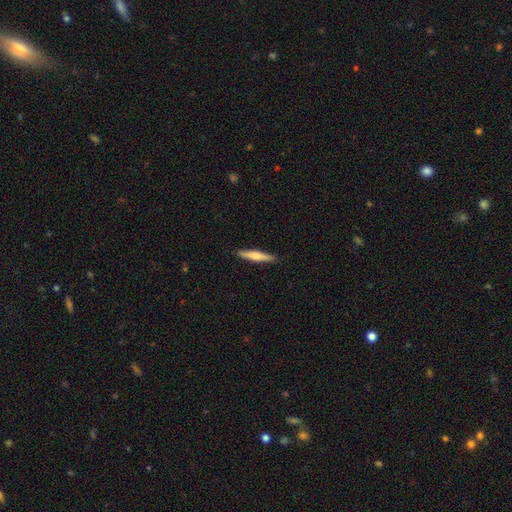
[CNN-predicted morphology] Overall: smooth (60%; featured or disk 35%). How rounded: cigar-shaped (91%). Merging: none (91%).